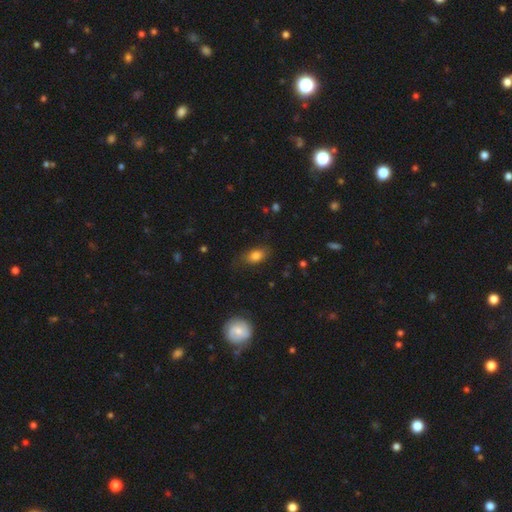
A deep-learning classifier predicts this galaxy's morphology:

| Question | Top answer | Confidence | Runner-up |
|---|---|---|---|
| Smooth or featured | smooth | 78% | featured or disk (12%) |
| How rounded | in between | 85% | round (10%) |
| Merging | none | 70% | minor disturbance (21%) |